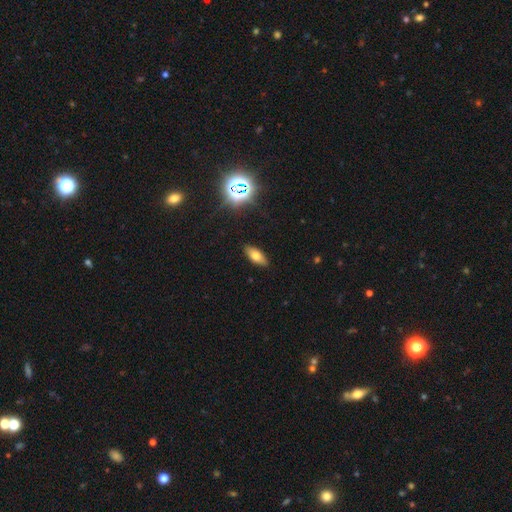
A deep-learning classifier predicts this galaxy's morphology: Overall: smooth (66%). How rounded: in between (79%). Merging: none (88%).